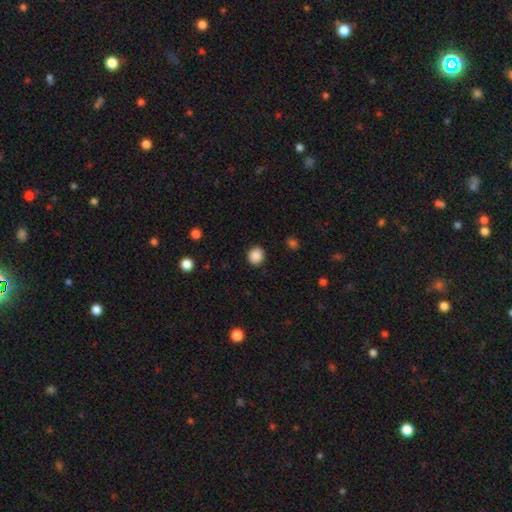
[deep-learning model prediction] Overall: smooth (88%). How rounded: round (83%). Merging: none (90%).